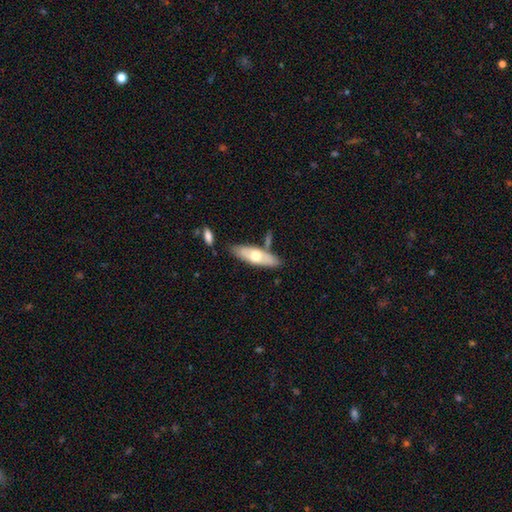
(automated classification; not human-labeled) Smooth or featured?
  - smooth: 55% *
  - featured or disk: 40%
  - star or artifact: 5%
How rounded?
  - in between: 50% *
  - cigar-shaped: 48%
  - round: 2%
Merging?
  - none: 74% *
  - minor disturbance: 14%
  - merger: 9%
  - major disturbance: 3%